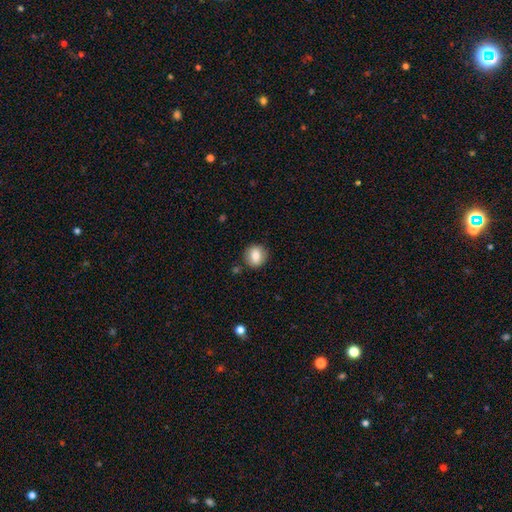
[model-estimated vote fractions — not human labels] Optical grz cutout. It shows a smooth galaxy with no disk features (80%) that is round (79%). Merging: none (86%).